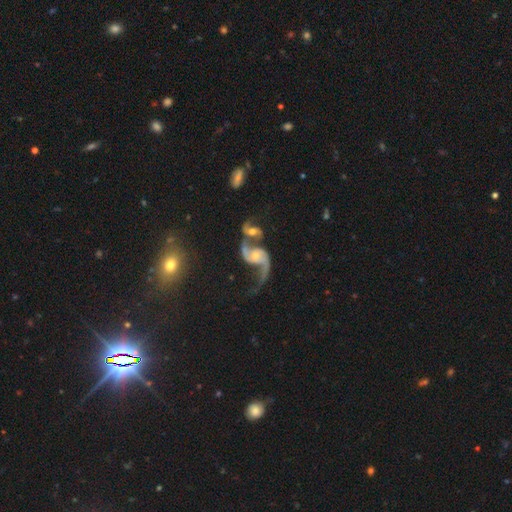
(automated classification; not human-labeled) Smooth or featured? Predicted: featured or disk (p=0.86). Edge-on disk? Predicted: no (p=0.97). Bar? Predicted: no (p=0.62). Spiral arms? Predicted: yes (p=0.95). Spiral winding? Predicted: loose (p=0.77). Spiral arm count? Predicted: 2 (p=0.87). Bulge size? Predicted: small (p=0.50). Merging? Predicted: merger (p=0.57).